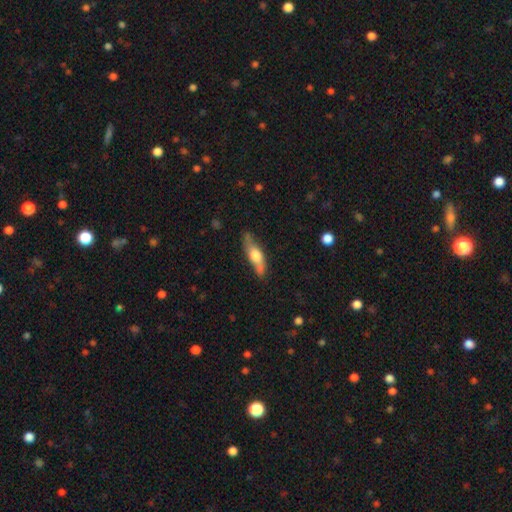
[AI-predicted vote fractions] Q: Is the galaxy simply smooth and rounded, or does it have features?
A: featured or disk — 51%.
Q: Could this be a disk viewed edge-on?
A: yes — 75%.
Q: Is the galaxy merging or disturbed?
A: none — 76%.